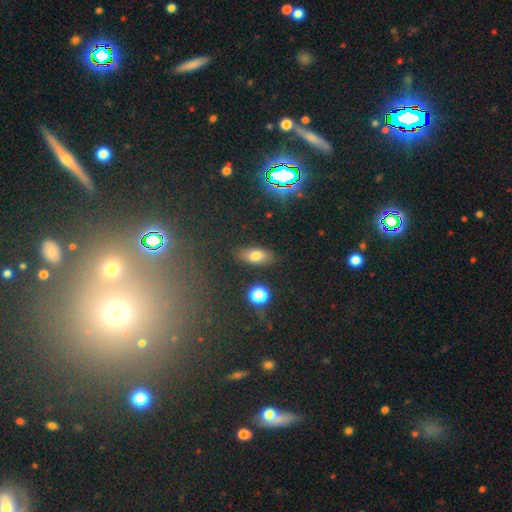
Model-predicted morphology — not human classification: Smooth or featured? Predicted: smooth (p=0.74). How rounded? Predicted: in between (p=0.81). Merging? Predicted: none (p=0.85).